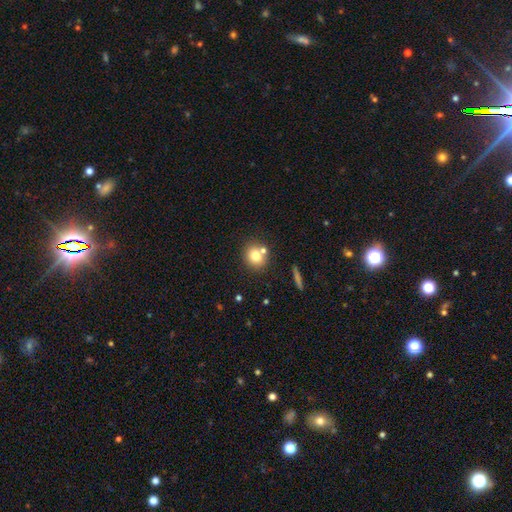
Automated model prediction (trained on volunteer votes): Smooth or featured?
  - smooth: 76% *
  - featured or disk: 13%
  - star or artifact: 11%
How rounded?
  - round: 83% *
  - in between: 16%
  - cigar-shaped: 1%
Merging?
  - none: 66% *
  - merger: 22%
  - minor disturbance: 9%
  - major disturbance: 3%